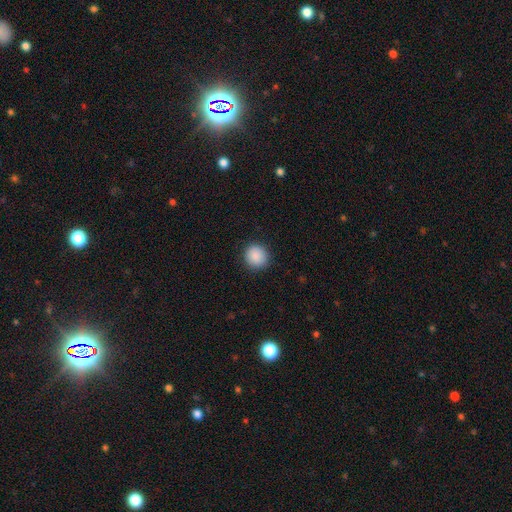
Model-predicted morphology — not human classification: This appears to be a smooth galaxy with no disk features (89%) that is round (86%). Merging: none (90%).